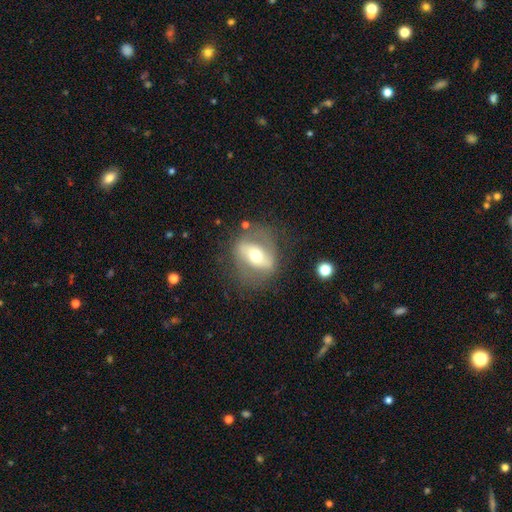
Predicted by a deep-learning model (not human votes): The model was most divided on "spiral arms": no: 54%, yes: 46%. Remaining: edge-on disk — no (88%); merging — none (67%); bulge size — moderate (63%); smooth or featured — featured or disk (61%); bar — strong (49%).